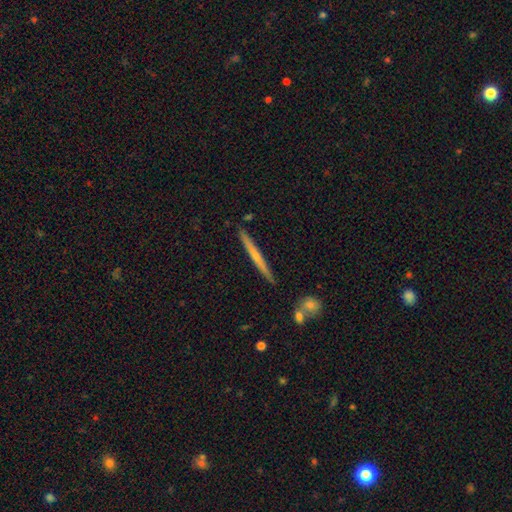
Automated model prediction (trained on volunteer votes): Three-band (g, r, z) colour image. It shows a featured or disk galaxy (58%) viewed edge-on (97%) with no central bulge (51%). Merging: none (90%).